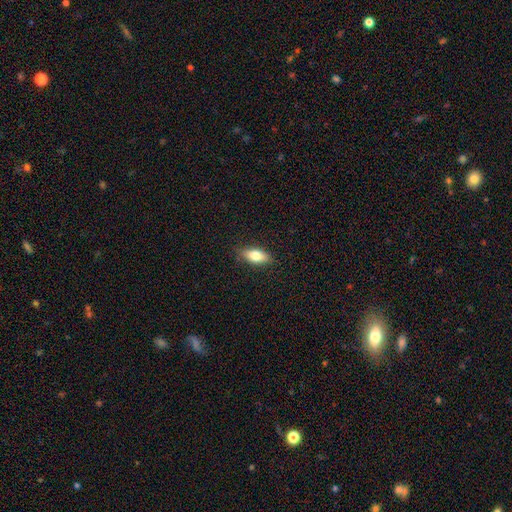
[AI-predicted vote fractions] smooth 76%, featured or disk 17%, star or artifact 7%. Down the decision tree: how rounded — in between (82%); merging — none (86%).